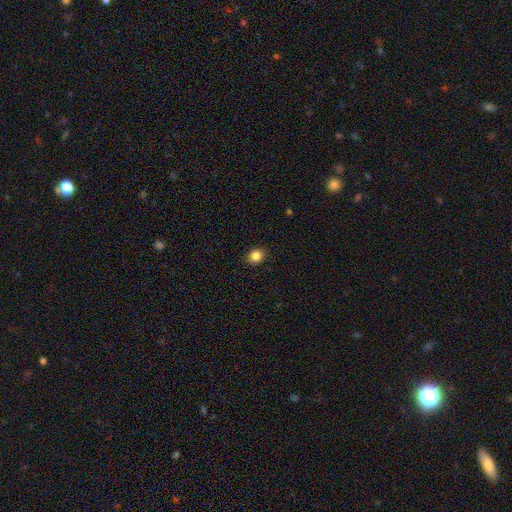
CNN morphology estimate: Smooth or featured? Predicted: smooth (p=0.84). How rounded? Predicted: round (p=0.72). Merging? Predicted: none (p=0.91).